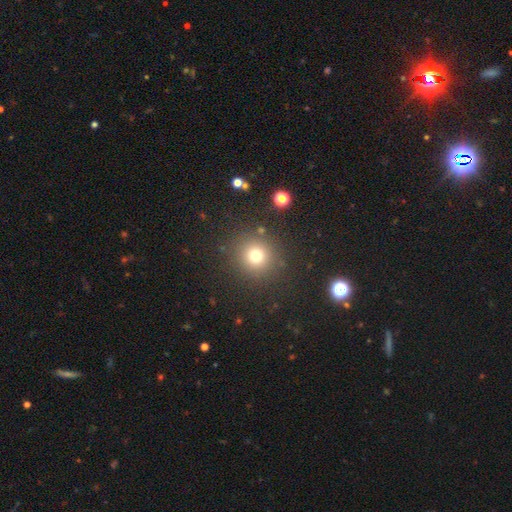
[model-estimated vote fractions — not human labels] Smooth or featured? Predicted: smooth (p=0.74). How rounded? Predicted: round (p=0.92). Merging? Predicted: none (p=0.87).